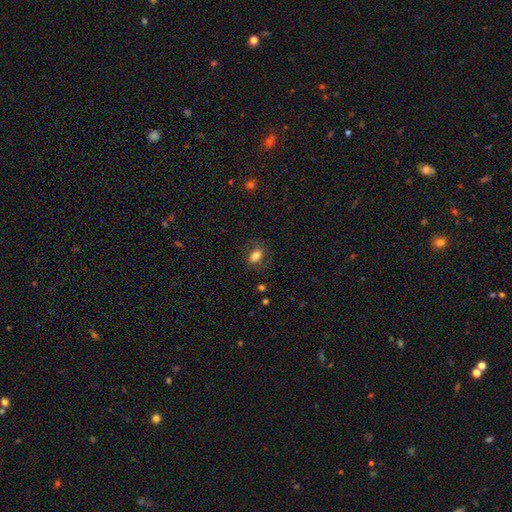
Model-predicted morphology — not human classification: Smooth or featured? smooth (74%)
How rounded? in between (76%)
Merging? none (75%)